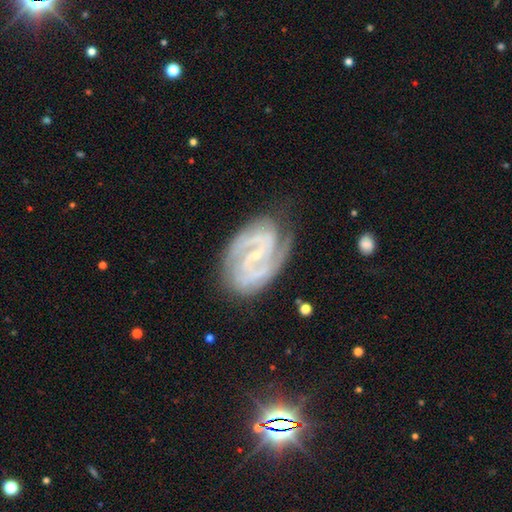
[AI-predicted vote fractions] featured or disk 89%, smooth 5%, star or artifact 5%. Down the decision tree: edge-on disk — no (97%); bar — weak (44%); spiral arms — yes (97%); spiral arm count — 2 (65%); spiral winding — tight (54%); bulge size — small (80%); merging — none (71%).